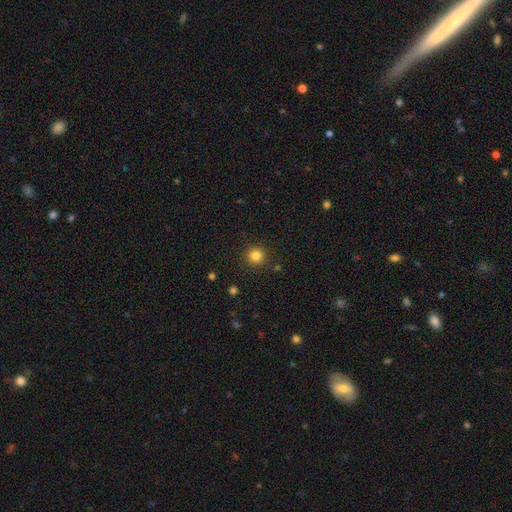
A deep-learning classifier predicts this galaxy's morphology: Smooth or featured? Predicted: smooth (p=0.82). How rounded? Predicted: round (p=0.94). Merging? Predicted: none (p=0.90).